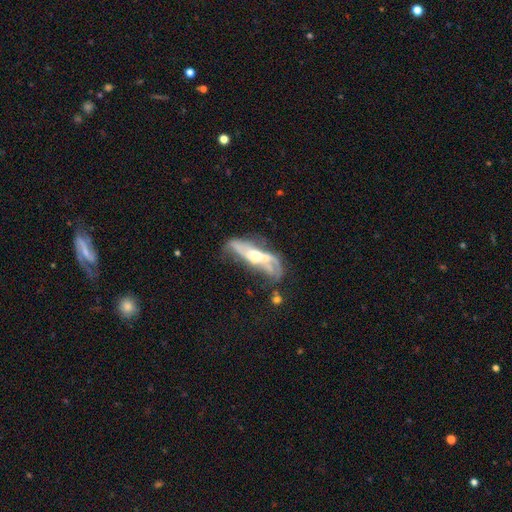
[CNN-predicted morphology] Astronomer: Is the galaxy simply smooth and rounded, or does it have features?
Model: featured or disk — 70%.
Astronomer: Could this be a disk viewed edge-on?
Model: no — 62% (runner-up: yes, 38%).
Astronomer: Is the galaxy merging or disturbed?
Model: major disturbance — 28% (runner-up: merger, 27%).